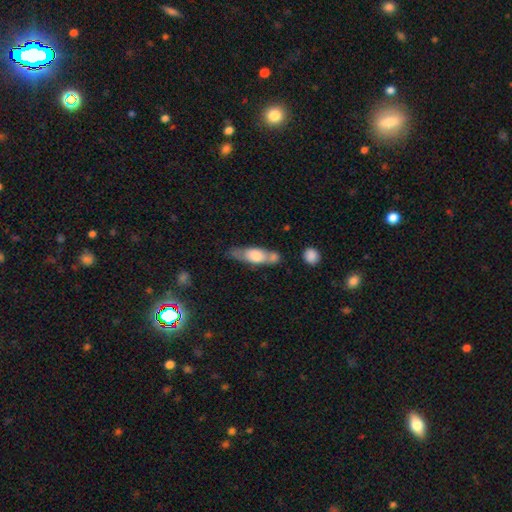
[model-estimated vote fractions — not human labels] smooth_or_featured: smooth (p=0.56) [alt: featured or disk p=0.38]
how_rounded: cigar-shaped (p=0.51) [alt: in between p=0.45]
merging: none (p=0.48) [alt: merger p=0.26]